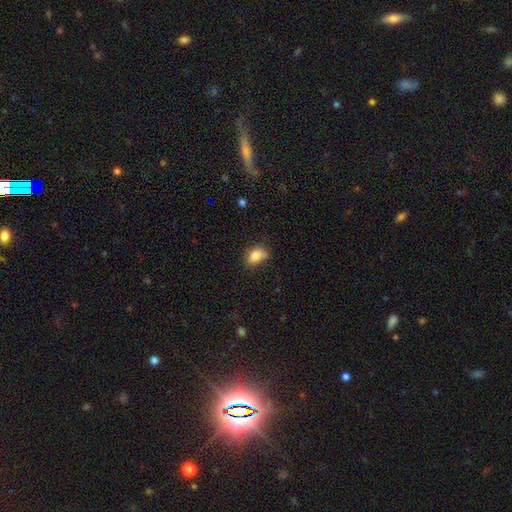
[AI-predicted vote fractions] smooth 83%, star or artifact 9%, featured or disk 8%. Down the decision tree: how rounded — in between (68%); merging — none (58%).